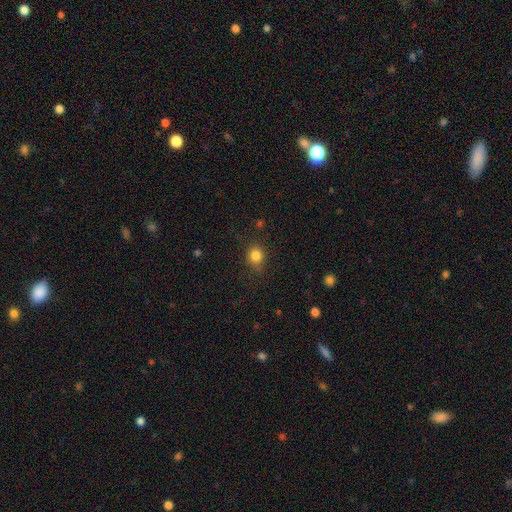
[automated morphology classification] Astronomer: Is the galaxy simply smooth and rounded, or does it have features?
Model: smooth — 83%.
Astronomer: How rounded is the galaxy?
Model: round — 78%.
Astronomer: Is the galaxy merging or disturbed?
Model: none — 79%.